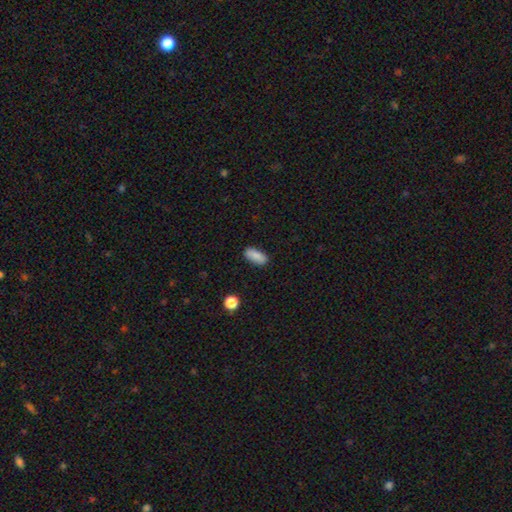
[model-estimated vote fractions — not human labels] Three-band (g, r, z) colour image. It shows a smooth galaxy with no disk features (86%) that is in between round and cigar-shaped (85%). Merging: none (87%).